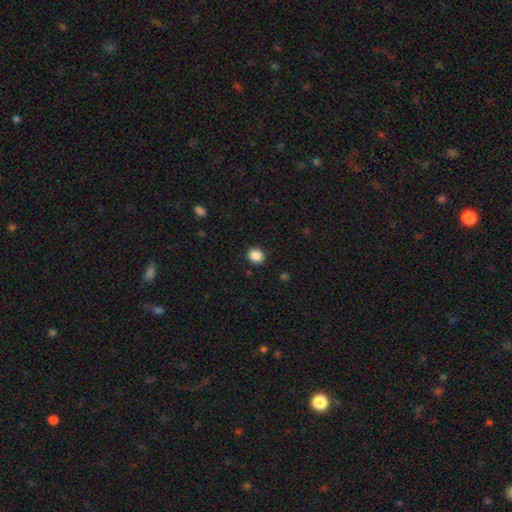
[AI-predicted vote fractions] smooth 88%, star or artifact 10%, featured or disk 3%. Down the decision tree: how rounded — round (74%); merging — none (90%).